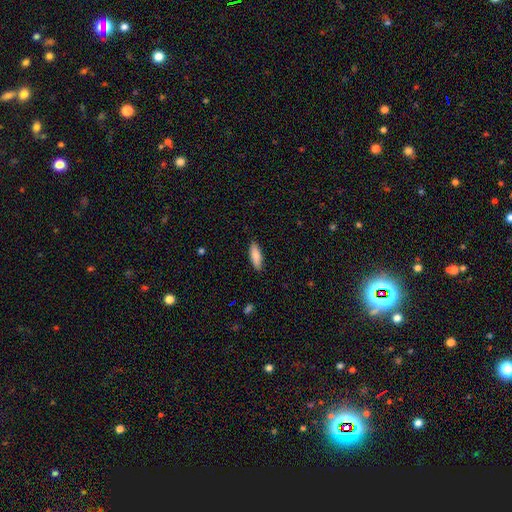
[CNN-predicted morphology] Q: Smooth or featured?
A: smooth (84%); runner-up: featured or disk (10%)
Q: How rounded?
A: in between (58%); runner-up: cigar-shaped (41%)
Q: Merging?
A: none (88%); runner-up: minor disturbance (10%)